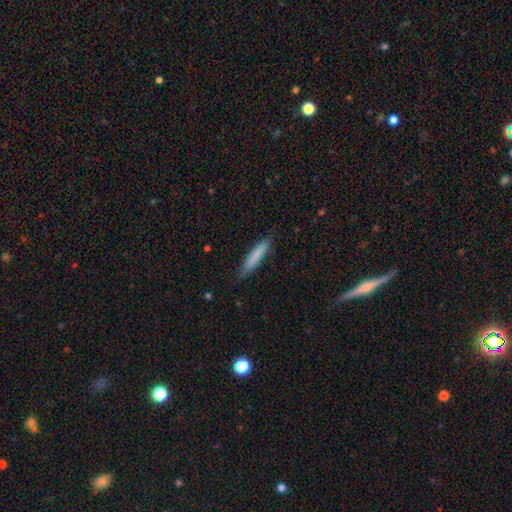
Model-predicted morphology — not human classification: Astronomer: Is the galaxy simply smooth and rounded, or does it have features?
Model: smooth — 79%.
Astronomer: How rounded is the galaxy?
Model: cigar-shaped — 91%.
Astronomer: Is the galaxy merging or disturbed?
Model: none — 86%.